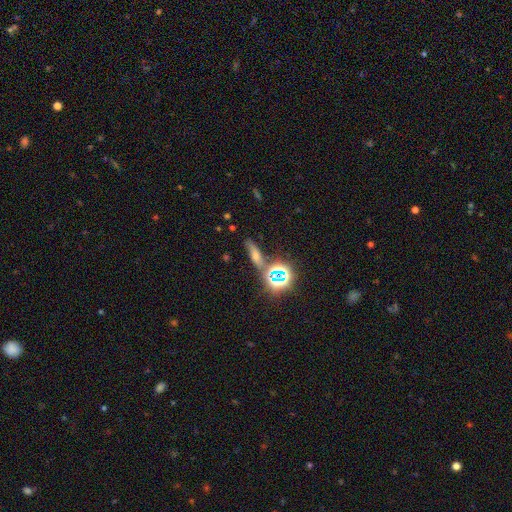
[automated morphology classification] Smooth or featured?
  - star or artifact: 41% *
  - smooth: 34%
  - featured or disk: 25%